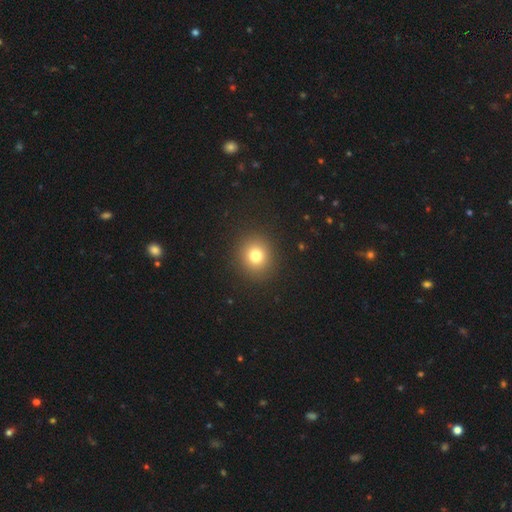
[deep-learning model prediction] smooth_or_featured: smooth (p=0.79) [alt: star or artifact p=0.13]
how_rounded: round (p=0.85) [alt: in between p=0.14]
merging: none (p=0.91) [alt: minor disturbance p=0.06]